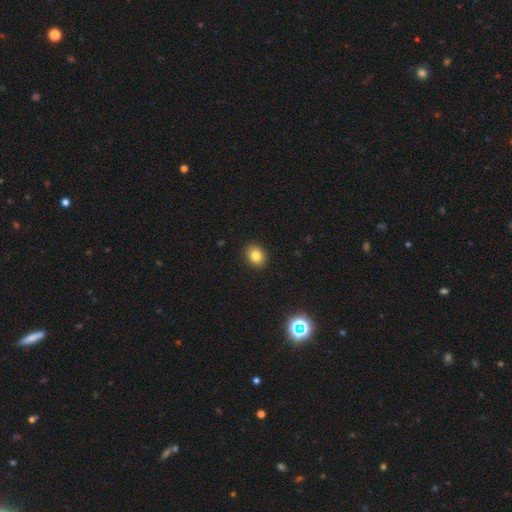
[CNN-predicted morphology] A smooth galaxy with no disk features (82%) that is round (52%). Merging: none (91%).